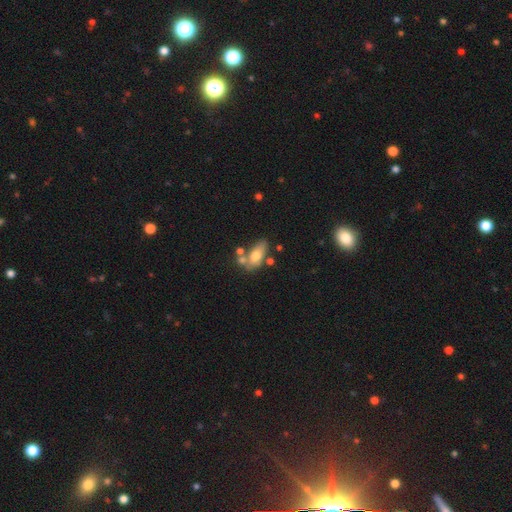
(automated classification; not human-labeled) Overall: smooth (68%). How rounded: in between (86%). Merging: none (48%; merger 25%).